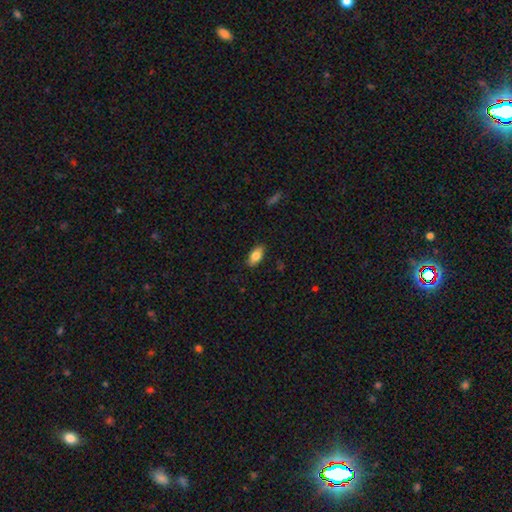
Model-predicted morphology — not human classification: Smooth or featured? Predicted: smooth (p=0.79). How rounded? Predicted: in between (p=0.90). Merging? Predicted: none (p=0.87).